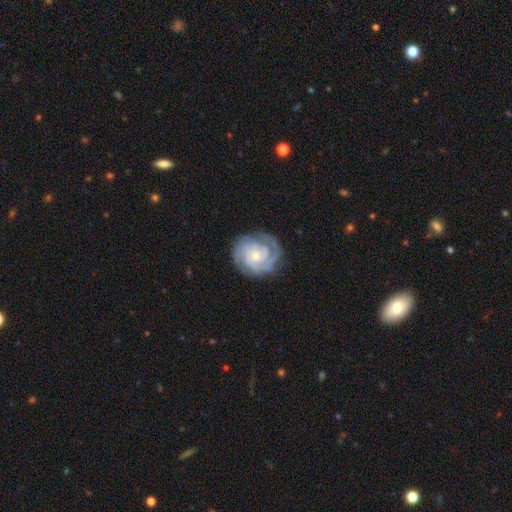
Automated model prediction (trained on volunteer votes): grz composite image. It shows a featured or disk galaxy (84%) with no bar (76%), 3 (28%) tight (68%) spiral arms (96%) and a small central bulge (62%). Merging: none (76%).